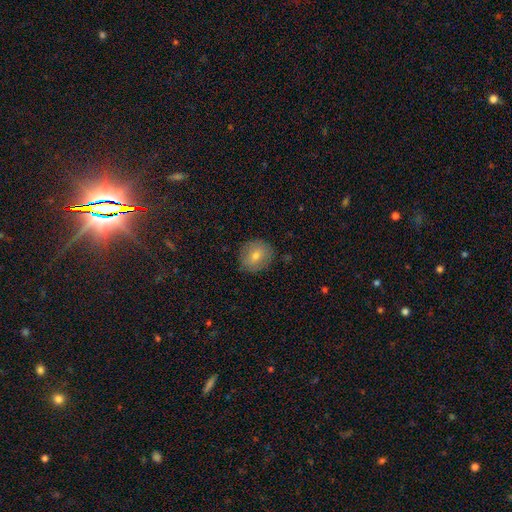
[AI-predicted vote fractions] Smooth or featured? smooth (62%)
How rounded? round (83%)
Merging? none (84%)